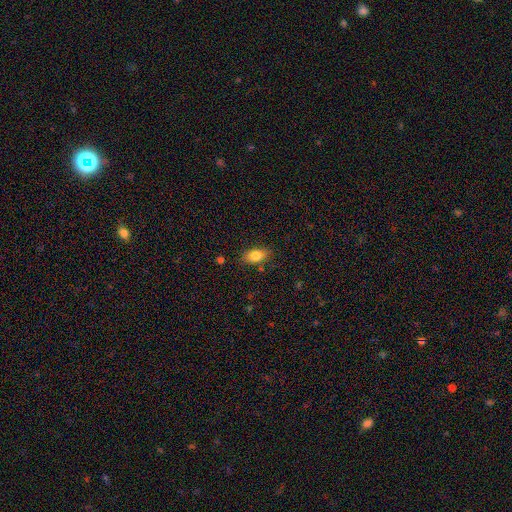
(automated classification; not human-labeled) A smooth galaxy with no disk features (83%) that is in between round and cigar-shaped (87%). Merging: none (83%).